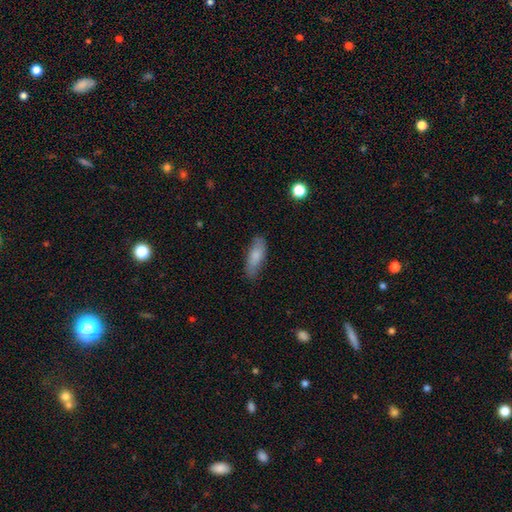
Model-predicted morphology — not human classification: Q: Smooth or featured?
A: smooth (78%); runner-up: featured or disk (15%)
Q: How rounded?
A: in between (66%); runner-up: cigar-shaped (32%)
Q: Merging?
A: none (78%); runner-up: minor disturbance (17%)